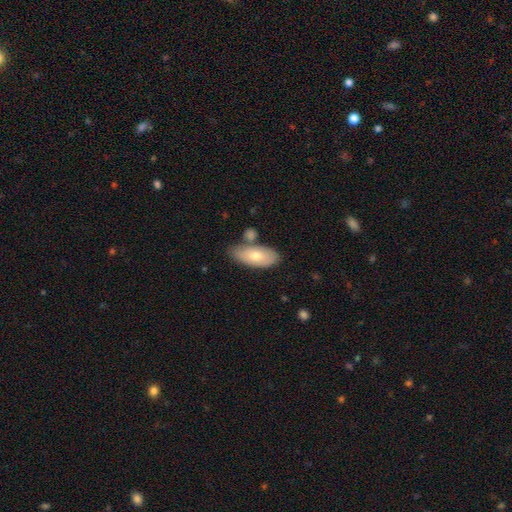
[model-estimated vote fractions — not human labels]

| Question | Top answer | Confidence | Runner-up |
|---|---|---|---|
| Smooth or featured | smooth | 68% | featured or disk (26%) |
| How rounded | in between | 84% | cigar-shaped (13%) |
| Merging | none | 66% | minor disturbance (17%) |